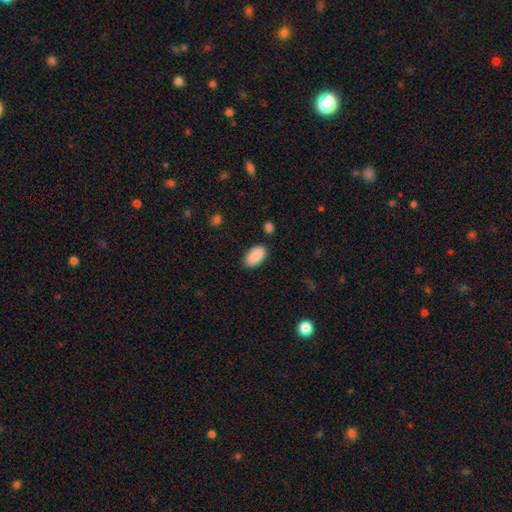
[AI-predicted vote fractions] Smooth or featured: smooth — 90% (star or artifact — 6%)
How rounded: in between — 95% (round — 3%)
Merging: none — 85% (minor disturbance — 10%)